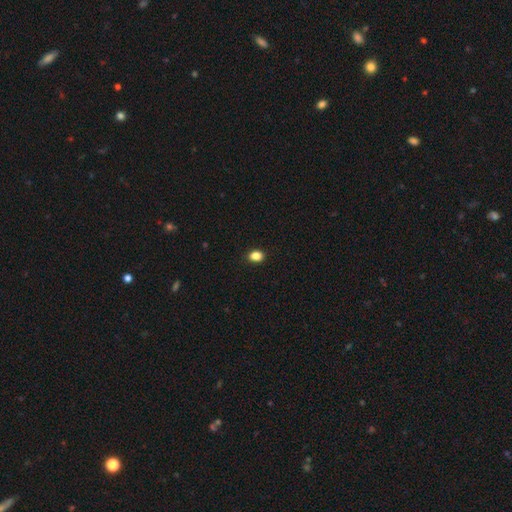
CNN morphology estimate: smooth_or_featured: smooth (p=0.86) [alt: star or artifact p=0.11]
how_rounded: in between (p=0.60) [alt: round p=0.38]
merging: none (p=0.90) [alt: minor disturbance p=0.07]